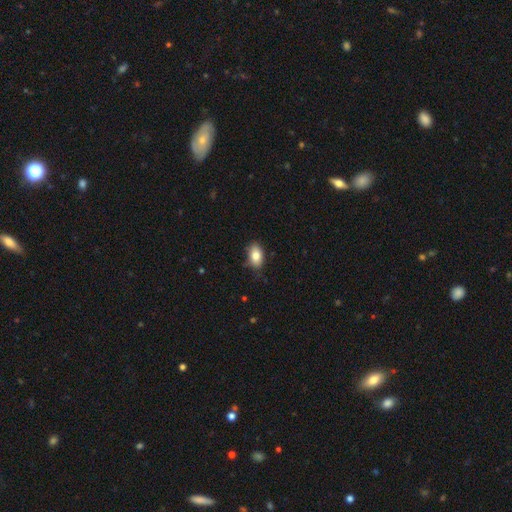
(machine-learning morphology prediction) The model was most divided on "merging": none: 80%, minor disturbance: 16%, major disturbance: 3%, merger: 1%. More confident: how rounded — in between (90%); smooth or featured — smooth (83%).